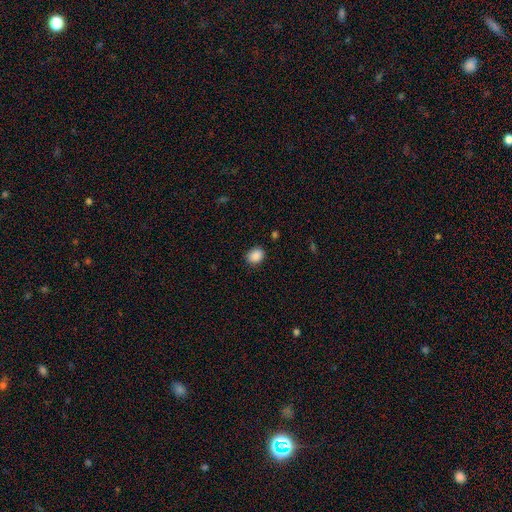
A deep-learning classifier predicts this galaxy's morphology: A smooth galaxy with no disk features (88%) that is round (56%). Merging: none (86%).